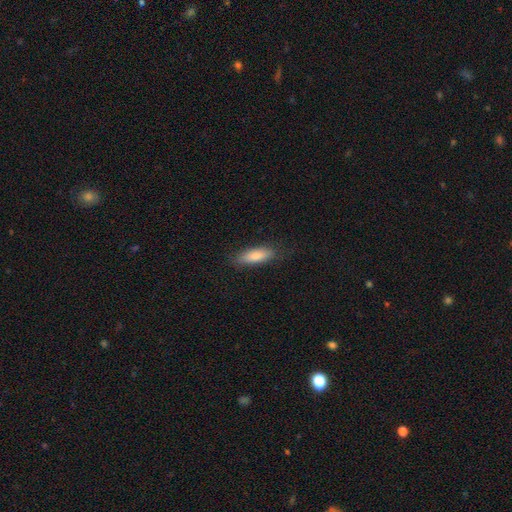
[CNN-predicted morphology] smooth-or-featured: smooth: 80% | featured or disk: 14% | star or artifact: 6%
  how-rounded: in between: 50% | cigar-shaped: 48% | round: 2%
  merging: none: 82% | minor disturbance: 14% | major disturbance: 3% | merger: 1%